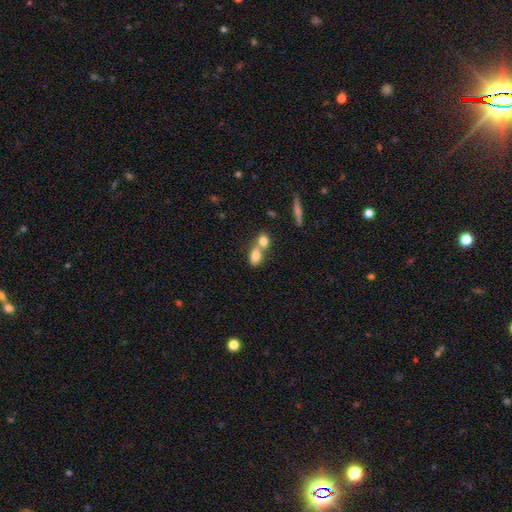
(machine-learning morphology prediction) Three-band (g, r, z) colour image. It shows a smooth galaxy with no disk features (76%) that is in between round and cigar-shaped (76%). Merging: merger (67%).